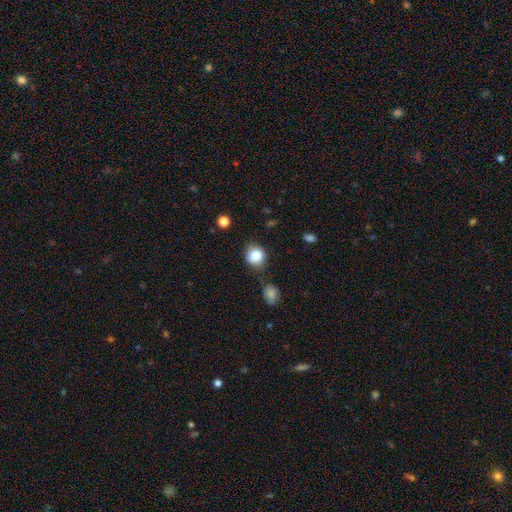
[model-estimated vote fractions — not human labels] Morphology: type=smooth (83%); roundness=round (78%); merging=none (74%).